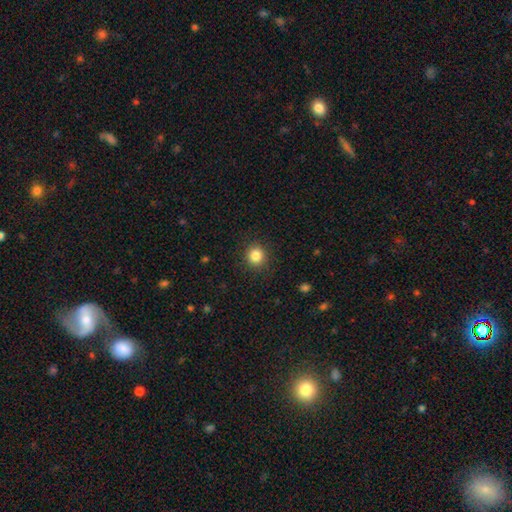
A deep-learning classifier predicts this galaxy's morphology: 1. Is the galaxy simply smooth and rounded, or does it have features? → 85% smooth, 11% star or artifact, 5% featured or disk.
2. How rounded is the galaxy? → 89% round, 10% in between, 1% cigar-shaped.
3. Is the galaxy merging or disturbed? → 90% none, 7% minor disturbance, 2% major disturbance, 1% merger.